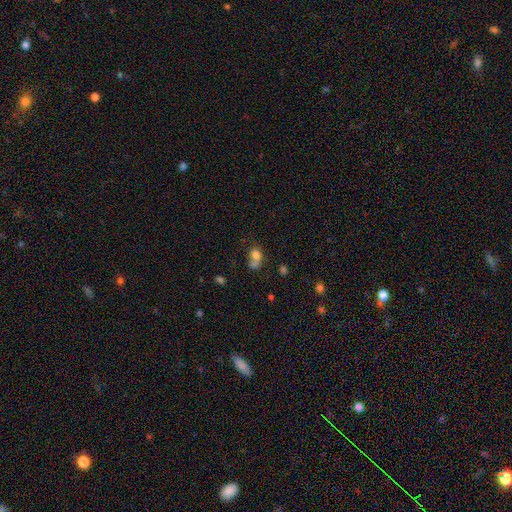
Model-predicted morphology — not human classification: type=smooth (74%); roundness=in between (57%); merging=merger (46%).